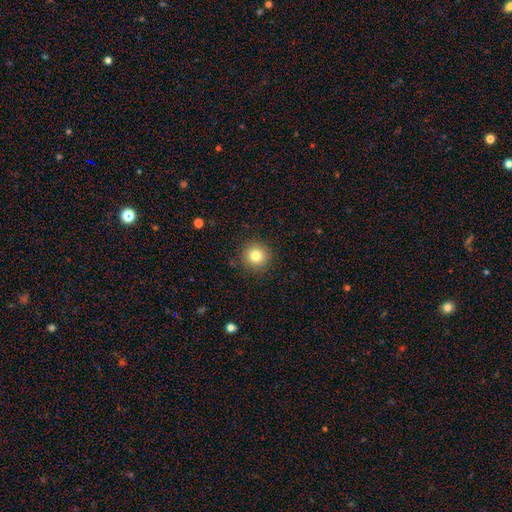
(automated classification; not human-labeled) This appears to be a smooth galaxy with no disk features (82%) that is round (94%). Merging: none (90%).